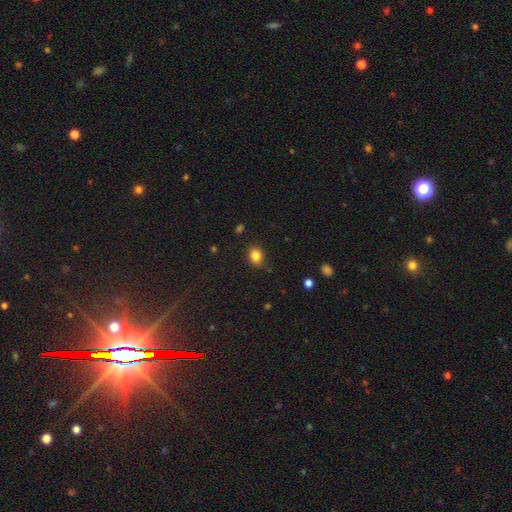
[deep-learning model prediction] smooth 84%, star or artifact 11%, featured or disk 5%. Down the decision tree: how rounded — round (60%); merging — none (84%).